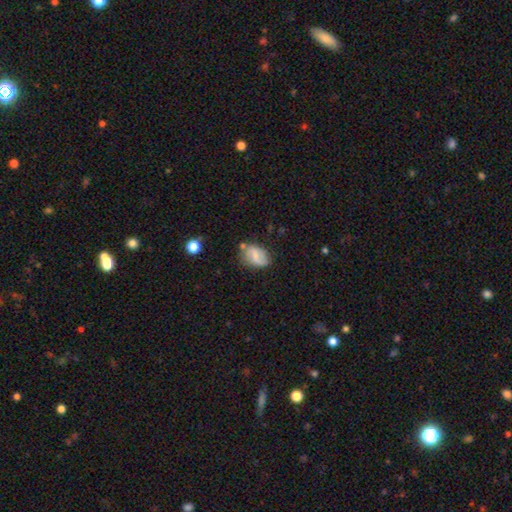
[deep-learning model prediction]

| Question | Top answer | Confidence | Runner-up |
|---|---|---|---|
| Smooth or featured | smooth | 50% | featured or disk (41%) |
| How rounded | in between | 76% | round (23%) |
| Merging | none | 60% | minor disturbance (26%) |